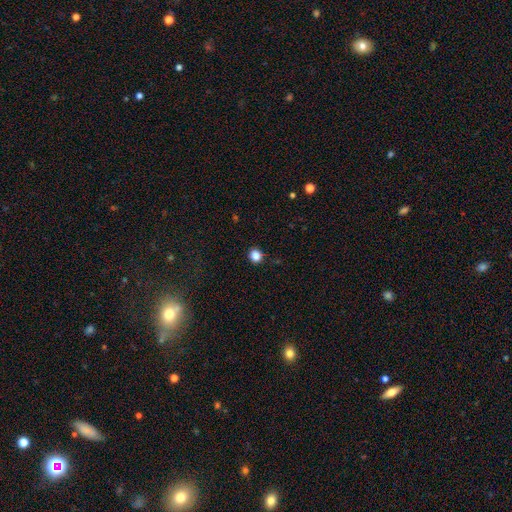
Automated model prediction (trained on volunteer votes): Smooth or featured?
  - smooth: 85% *
  - star or artifact: 12%
  - featured or disk: 3%
How rounded?
  - round: 82% *
  - in between: 17%
  - cigar-shaped: 1%
Merging?
  - none: 90% *
  - minor disturbance: 7%
  - major disturbance: 2%
  - merger: 1%